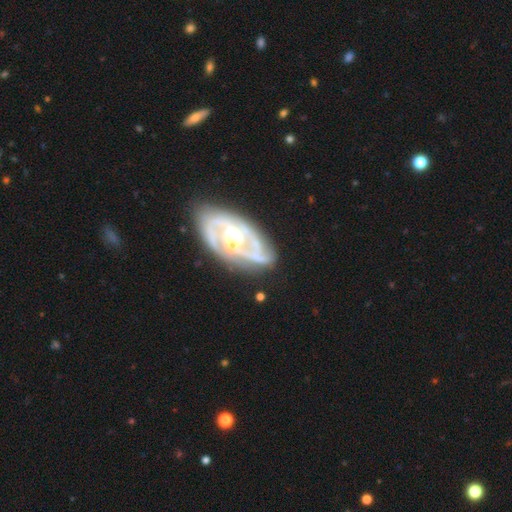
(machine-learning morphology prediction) A featured or disk galaxy (87%) with no bar (44%), 2 (77%) medium (45%) spiral arms (87%) and a moderate central bulge (72%). Merging: none (68%).